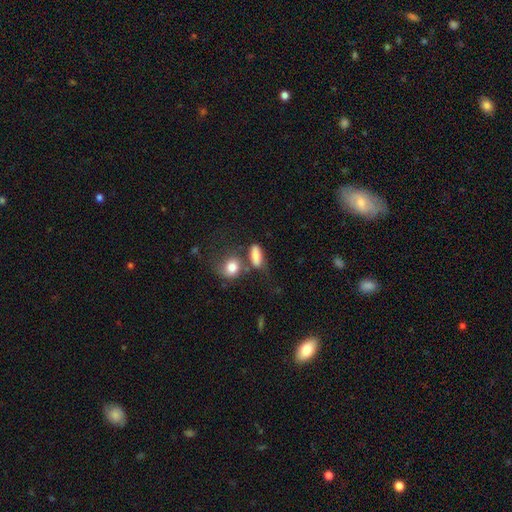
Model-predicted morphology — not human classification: smooth 81%, featured or disk 10%, star or artifact 8%. Down the decision tree: how rounded — in between (74%); merging — none (43%).